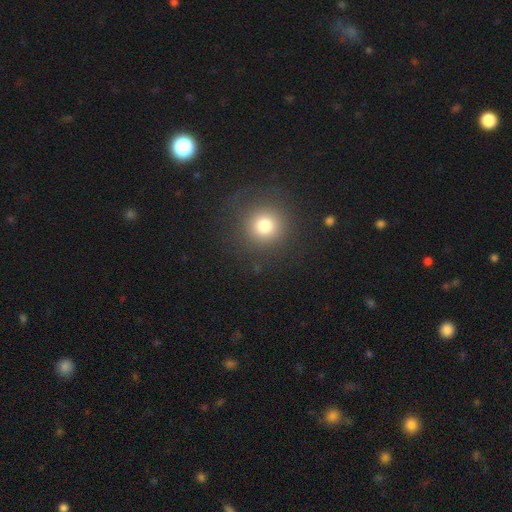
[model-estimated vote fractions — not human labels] smooth_or_featured: smooth (p=0.65) [alt: star or artifact p=0.28]
how_rounded: round (p=0.95) [alt: in between p=0.04]
merging: none (p=0.92) [alt: minor disturbance p=0.05]